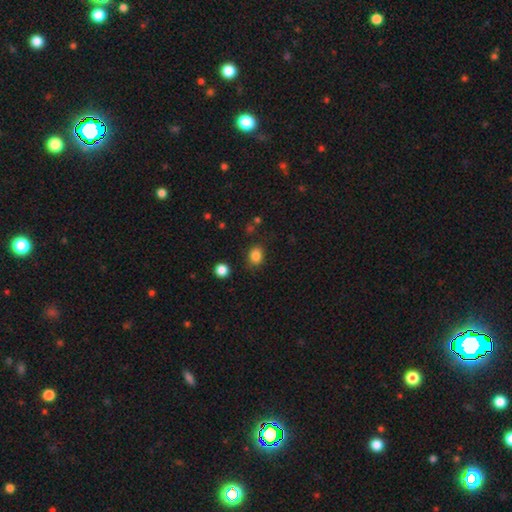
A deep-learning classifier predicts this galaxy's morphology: Overall: smooth (85%). How rounded: in between (53%; round 46%). Merging: none (81%).